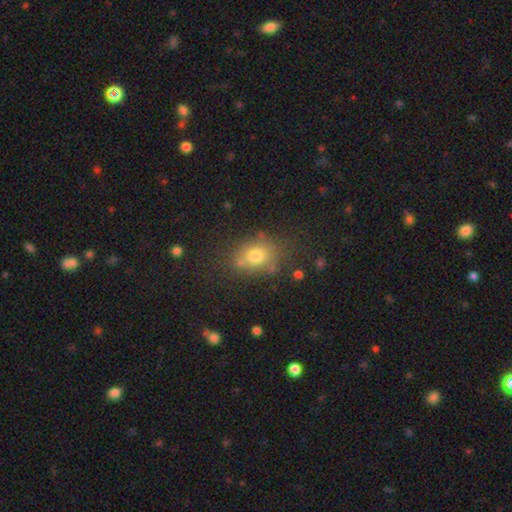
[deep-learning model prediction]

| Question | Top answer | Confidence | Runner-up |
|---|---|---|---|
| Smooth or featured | smooth | 74% | star or artifact (15%) |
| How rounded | round | 51% | in between (48%) |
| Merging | none | 68% | minor disturbance (17%) |